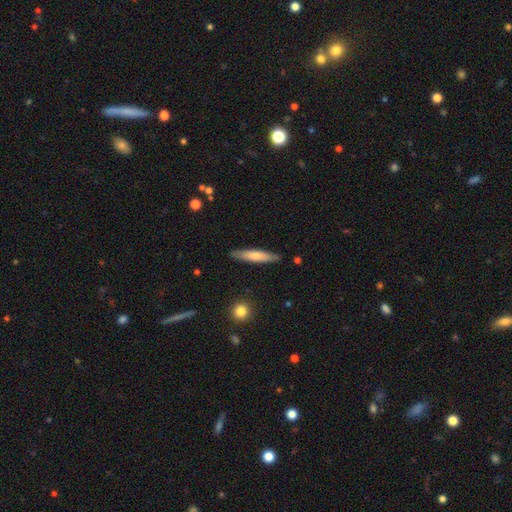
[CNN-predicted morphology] type=smooth (66%); roundness=cigar-shaped (87%); merging=none (86%).